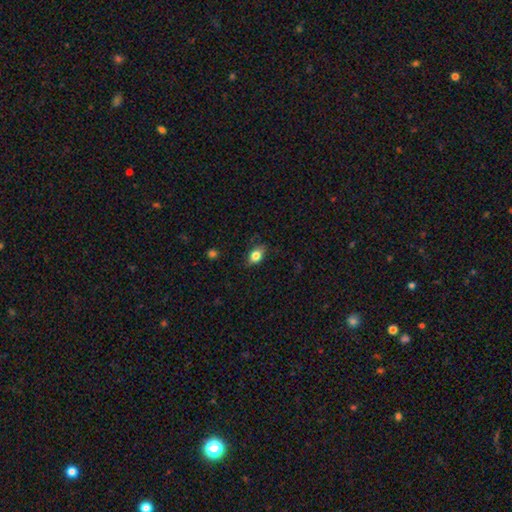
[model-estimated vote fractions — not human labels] The model was most divided on "how rounded": in between: 79%, round: 17%, cigar-shaped: 4%. More confident: smooth or featured — smooth (80%); merging — none (79%).